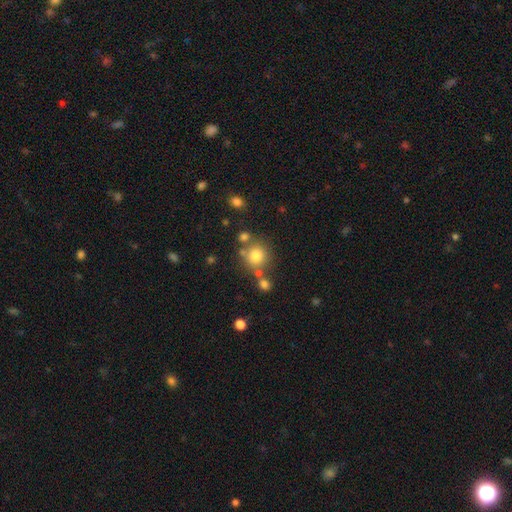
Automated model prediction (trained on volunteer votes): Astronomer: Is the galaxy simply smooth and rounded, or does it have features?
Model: smooth — 78%.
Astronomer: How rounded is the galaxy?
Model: round — 91%.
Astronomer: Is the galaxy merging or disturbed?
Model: none — 70%.